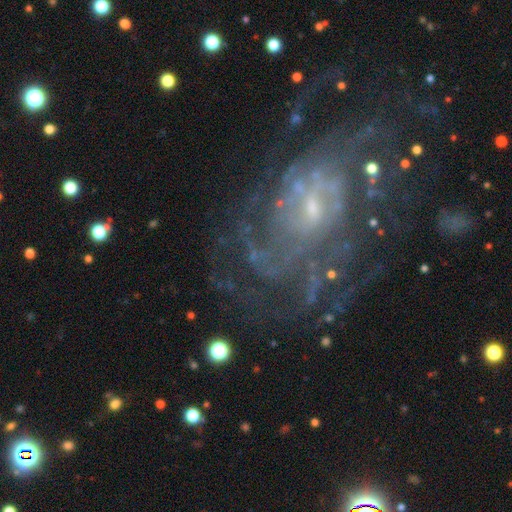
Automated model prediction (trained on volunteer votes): smooth-or-featured: featured or disk: 81% | star or artifact: 11% | smooth: 8%
  disk-edge-on: no: 97% | yes: 3%
    bar: no: 47% | weak: 43% | strong: 10%
    has-spiral-arms: yes: 82% | no: 18%
      spiral-winding: tight: 45% | medium: 36% | loose: 19%
      spiral-arm-count: can't tell: 49% | 2: 14% | 3: 11% | 4: 11% | more than 4: 9% | 1: 7%
    bulge-size: small: 67% | moderate: 22% | none: 9% | large: 2% | dominant: 1%
  merging: none: 55% | major disturbance: 22% | minor disturbance: 18% | merger: 5%